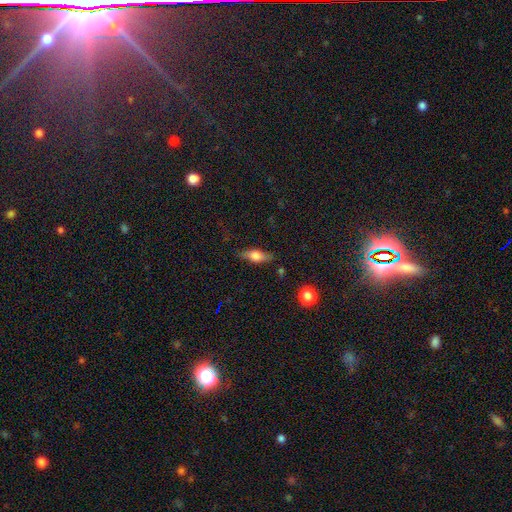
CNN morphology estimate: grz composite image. It shows a smooth galaxy with no disk features (63%) that is in between round and cigar-shaped (63%). Merging: none (81%).